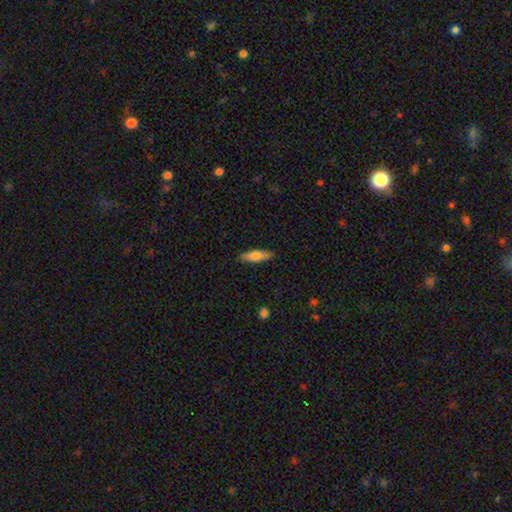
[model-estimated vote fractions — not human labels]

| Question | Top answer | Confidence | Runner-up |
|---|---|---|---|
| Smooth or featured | smooth | 70% | featured or disk (24%) |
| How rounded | cigar-shaped | 54% | in between (44%) |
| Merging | none | 88% | minor disturbance (9%) |